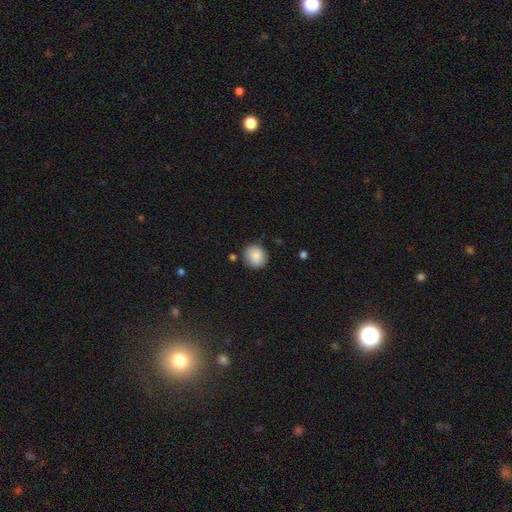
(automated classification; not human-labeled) A smooth galaxy with no disk features (87%) that is round (87%). Merging: none (81%).